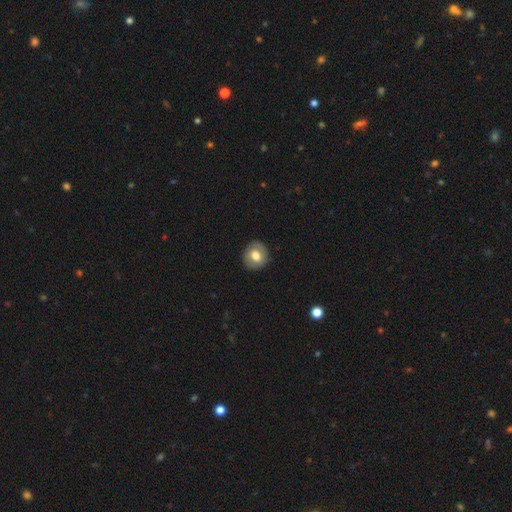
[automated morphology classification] Overall: smooth (65%; featured or disk 27%). How rounded: round (82%). Merging: none (87%).